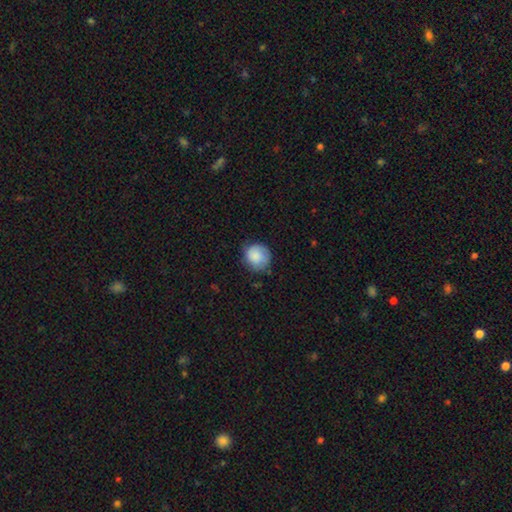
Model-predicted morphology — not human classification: Smooth or featured? smooth (85%)
How rounded? round (90%)
Merging? none (75%)